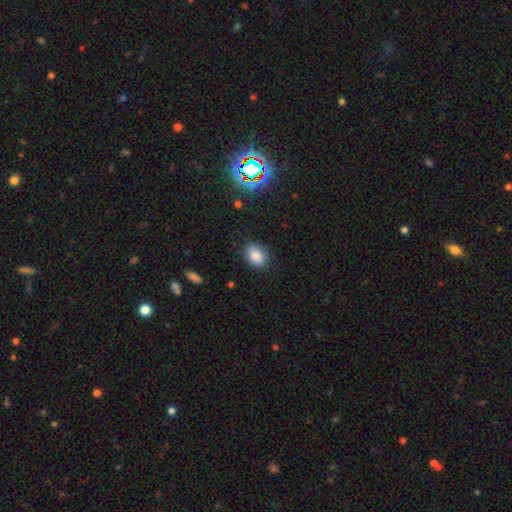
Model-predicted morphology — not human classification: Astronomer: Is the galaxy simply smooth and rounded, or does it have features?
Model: smooth — 81%.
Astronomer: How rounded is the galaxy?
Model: in between — 70%.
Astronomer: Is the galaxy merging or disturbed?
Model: none — 81%.